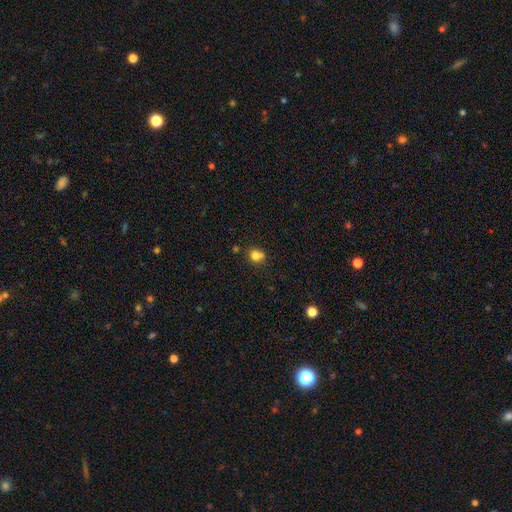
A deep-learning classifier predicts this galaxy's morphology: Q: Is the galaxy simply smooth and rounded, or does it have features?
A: smooth — 77%.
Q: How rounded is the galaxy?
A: round — 81%.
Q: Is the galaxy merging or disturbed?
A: none — 59%.